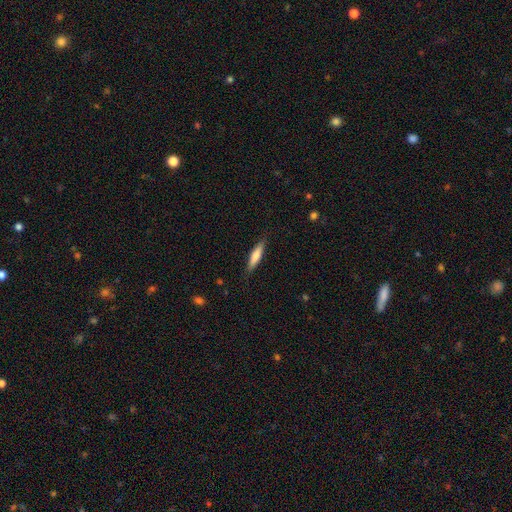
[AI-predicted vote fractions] This appears to be a smooth galaxy with no disk features (69%) that is cigar-shaped (82%). Merging: none (86%).